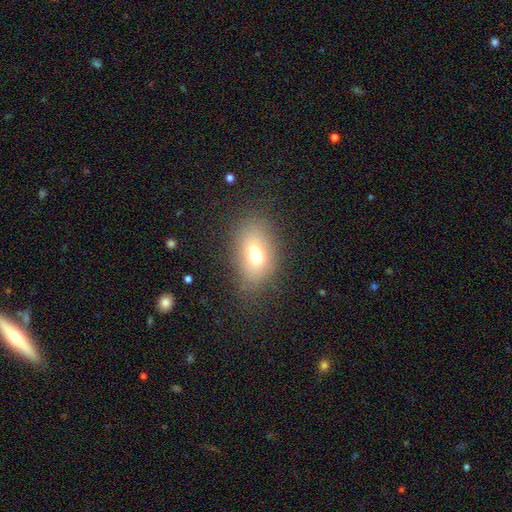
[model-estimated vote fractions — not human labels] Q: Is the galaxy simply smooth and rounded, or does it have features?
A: smooth — 62%.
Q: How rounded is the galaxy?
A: in between — 81%.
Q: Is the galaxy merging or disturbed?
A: merger — 40%, tied with none.